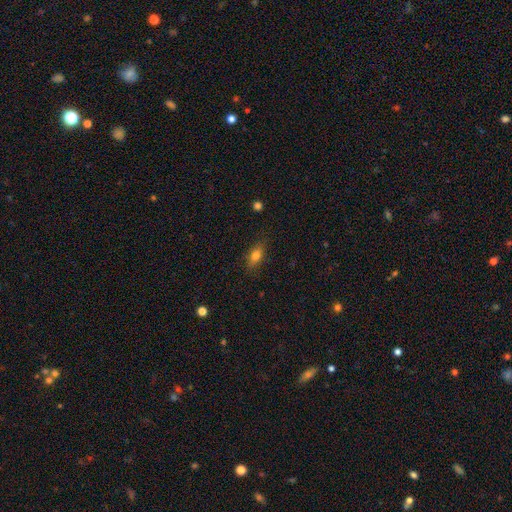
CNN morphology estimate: Smooth or featured?
  - smooth: 78% *
  - featured or disk: 13%
  - star or artifact: 10%
How rounded?
  - in between: 79% *
  - cigar-shaped: 11%
  - round: 10%
Merging?
  - none: 82% *
  - minor disturbance: 14%
  - major disturbance: 3%
  - merger: 1%